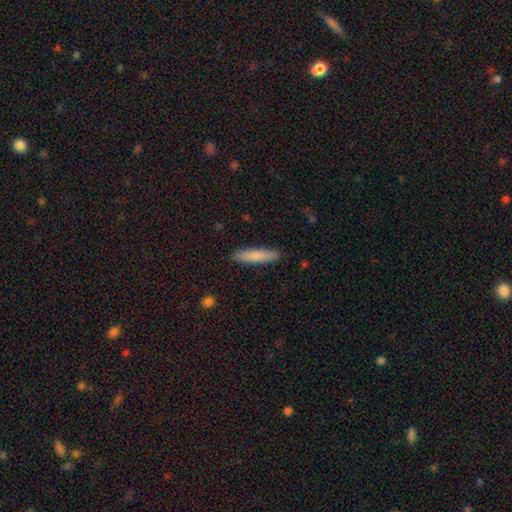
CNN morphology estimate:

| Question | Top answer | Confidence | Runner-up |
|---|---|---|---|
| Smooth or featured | smooth | 81% | featured or disk (13%) |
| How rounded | cigar-shaped | 86% | in between (12%) |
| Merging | none | 90% | minor disturbance (8%) |